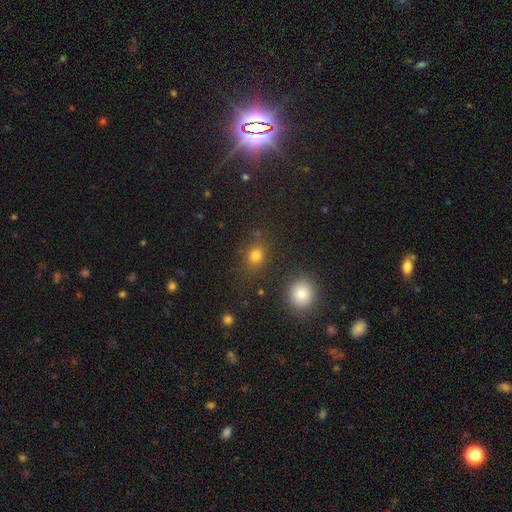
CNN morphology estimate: The model was most divided on "how rounded": round: 61%, in between: 37%, cigar-shaped: 2%. More confident: merging — none (81%); smooth or featured — smooth (77%).